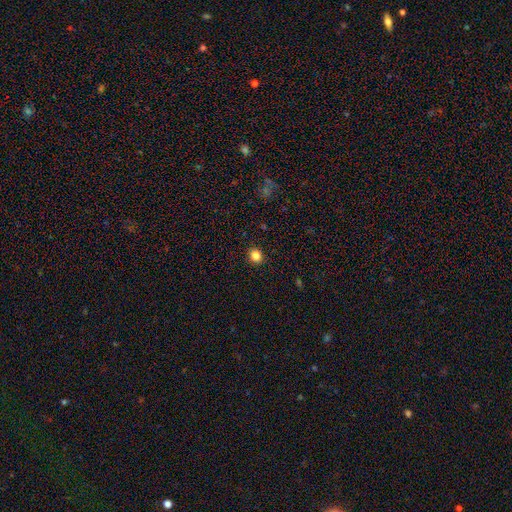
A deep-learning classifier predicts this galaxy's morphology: smooth-or-featured: smooth: 85% | star or artifact: 11% | featured or disk: 4%
  how-rounded: round: 75% | in between: 25% | cigar-shaped: 1%
  merging: none: 91% | minor disturbance: 6% | major disturbance: 2% | merger: 1%